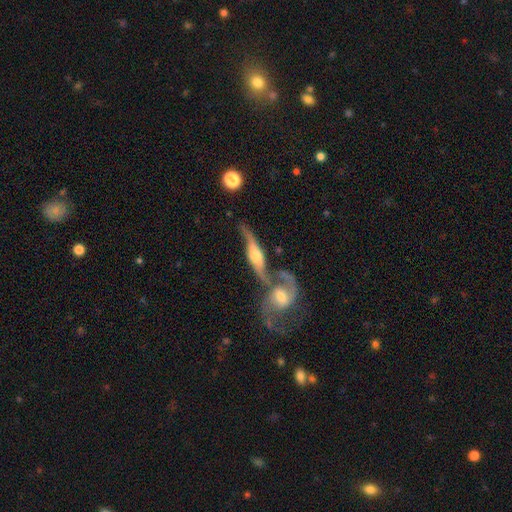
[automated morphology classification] Smooth or featured: featured or disk — 83% (smooth — 12%)
Edge-on disk: yes — 54% (no — 46%)
Merging: merger — 50% (none — 31%)